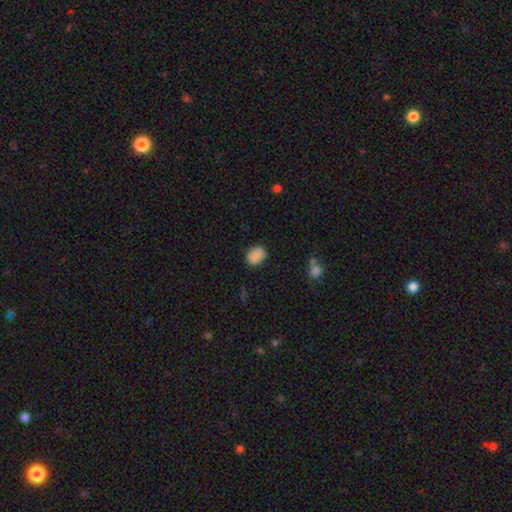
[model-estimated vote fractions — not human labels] Smooth or featured? Predicted: smooth (p=0.88). How rounded? Predicted: in between (p=0.71). Merging? Predicted: none (p=0.83).